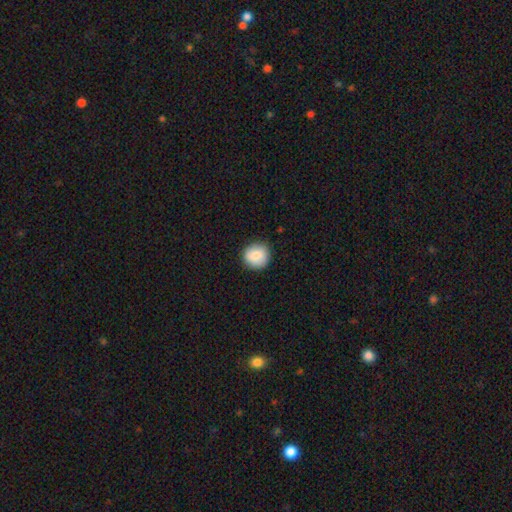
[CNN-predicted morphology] The model was most divided on "smooth or featured": smooth: 86%, star or artifact: 7%, featured or disk: 7%. More confident: how rounded — round (91%); merging — none (89%).